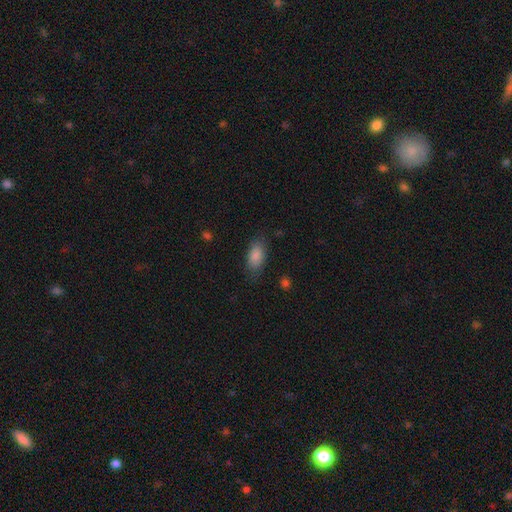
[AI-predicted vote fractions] Smooth or featured?
  - smooth: 86% *
  - star or artifact: 7%
  - featured or disk: 6%
How rounded?
  - in between: 90% *
  - cigar-shaped: 5%
  - round: 5%
Merging?
  - none: 78% *
  - minor disturbance: 16%
  - major disturbance: 5%
  - merger: 1%